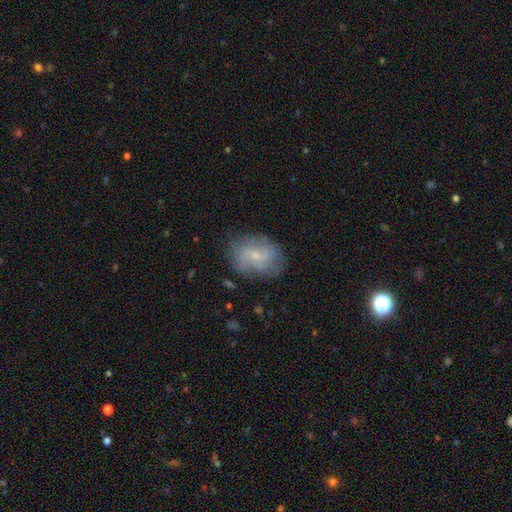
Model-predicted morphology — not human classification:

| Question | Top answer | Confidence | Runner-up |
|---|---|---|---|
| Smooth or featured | featured or disk | 53% | smooth (38%) |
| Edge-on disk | no | 96% | yes (4%) |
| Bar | no | 53% | weak (41%) |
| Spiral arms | yes | 76% | no (24%) |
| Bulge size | small | 63% | moderate (26%) |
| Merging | none | 70% | minor disturbance (20%) |